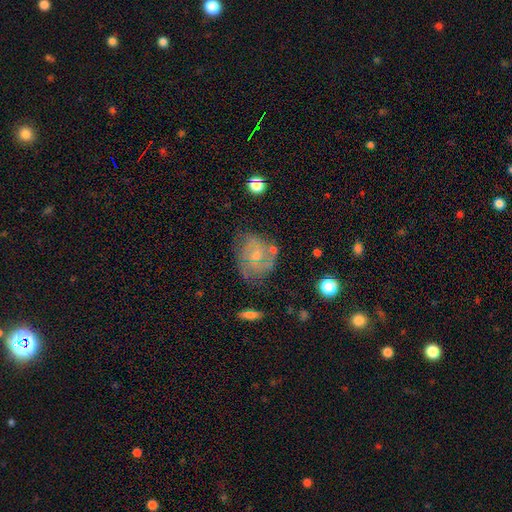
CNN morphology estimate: Smooth or featured? featured or disk (64%)
Edge-on disk? no (97%)
Bar? no (66%)
Spiral arms? yes (75%)
Bulge size? small (57%)
Merging? none (57%)